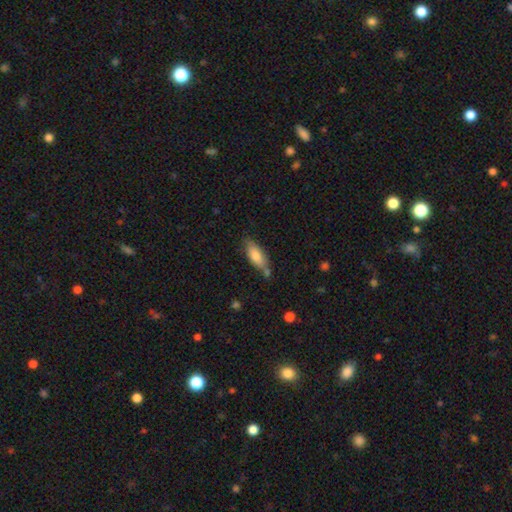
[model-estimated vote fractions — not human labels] A smooth galaxy with no disk features (78%) that is in between round and cigar-shaped (71%).

Vote fractions:
- Smooth or featured? smooth: 78% / featured or disk: 16% / star or artifact: 6%
- How rounded? in between: 71% / cigar-shaped: 27% / round: 2%
- Merging? none: 65% / minor disturbance: 21% / merger: 11% / major disturbance: 4%